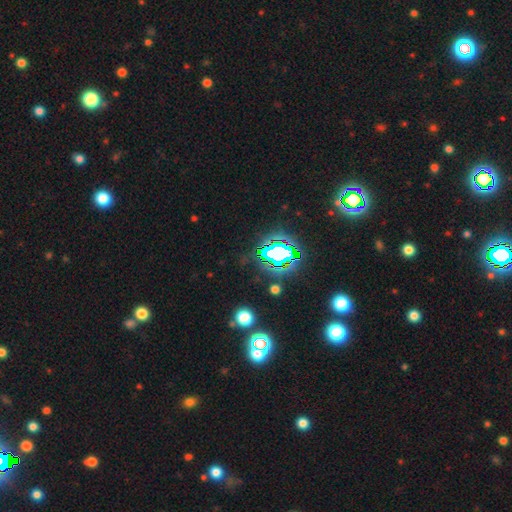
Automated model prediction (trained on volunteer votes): Morphology: type=star or artifact (78%).